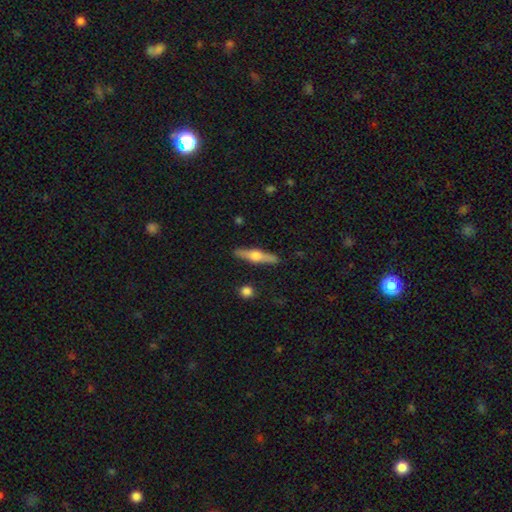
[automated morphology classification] smooth_or_featured: featured or disk (p=0.59) [alt: smooth p=0.35]
disk_edge_on: yes (p=0.95) [alt: no p=0.05]
edge_on_bulge: rounded (p=0.94) [alt: boxy p=0.03]
merging: none (p=0.89) [alt: minor disturbance p=0.07]